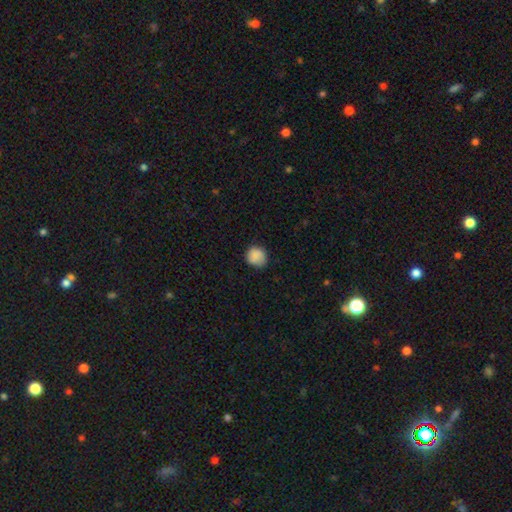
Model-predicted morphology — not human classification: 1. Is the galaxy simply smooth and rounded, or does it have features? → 85% smooth, 8% star or artifact, 7% featured or disk.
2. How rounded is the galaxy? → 82% round, 17% in between, 1% cigar-shaped.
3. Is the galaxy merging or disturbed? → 75% none, 20% minor disturbance, 4% major disturbance, 1% merger.